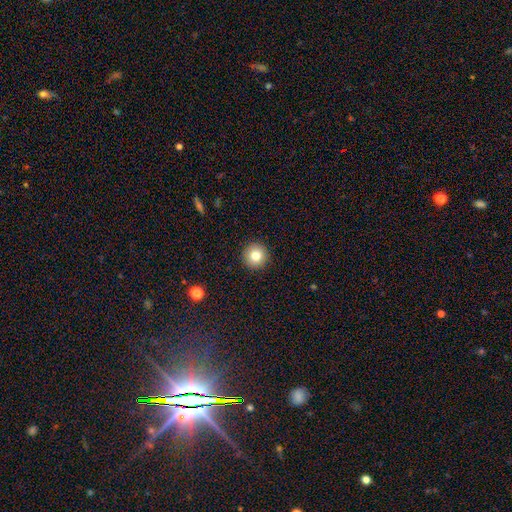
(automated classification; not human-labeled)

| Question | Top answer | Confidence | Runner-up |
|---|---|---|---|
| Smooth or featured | smooth | 81% | star or artifact (10%) |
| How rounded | round | 96% | in between (3%) |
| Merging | none | 93% | minor disturbance (5%) |